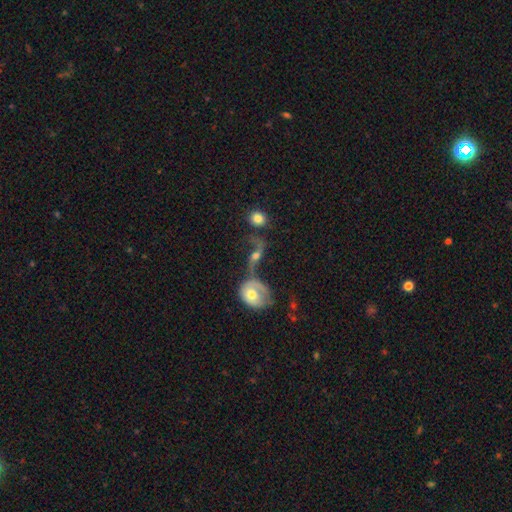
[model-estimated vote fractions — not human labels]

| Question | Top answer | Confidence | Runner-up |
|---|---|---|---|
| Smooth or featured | featured or disk | 75% | smooth (17%) |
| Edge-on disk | no | 91% | yes (9%) |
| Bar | no | 48% | weak (35%) |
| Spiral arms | yes | 87% | no (13%) |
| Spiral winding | loose | 85% | medium (11%) |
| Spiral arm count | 2 | 90% | 1 (5%) |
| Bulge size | moderate | 63% | small (18%) |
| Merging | merger | 33% | tied: none (33%) |